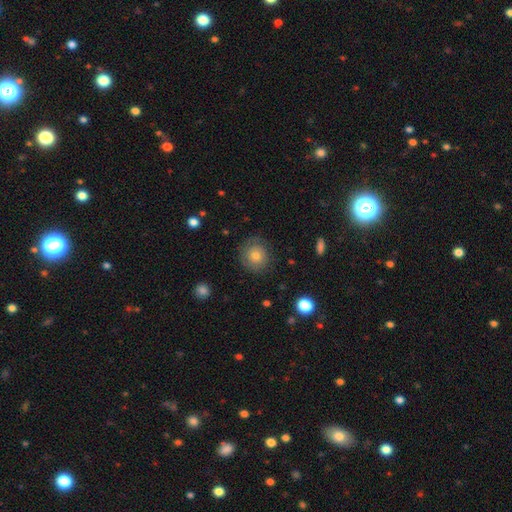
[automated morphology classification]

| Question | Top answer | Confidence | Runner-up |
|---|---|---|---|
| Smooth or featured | smooth | 66% | featured or disk (23%) |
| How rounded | round | 86% | in between (13%) |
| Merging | none | 80% | minor disturbance (13%) |